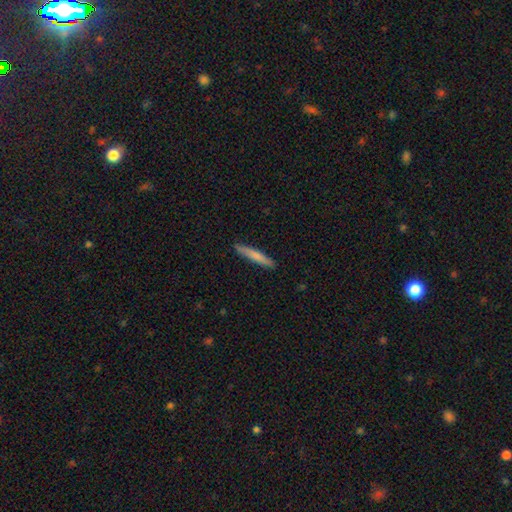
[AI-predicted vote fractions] smooth_or_featured: smooth (p=0.74) [alt: featured or disk p=0.20]
how_rounded: cigar-shaped (p=0.94) [alt: in between p=0.05]
merging: none (p=0.90) [alt: minor disturbance p=0.08]